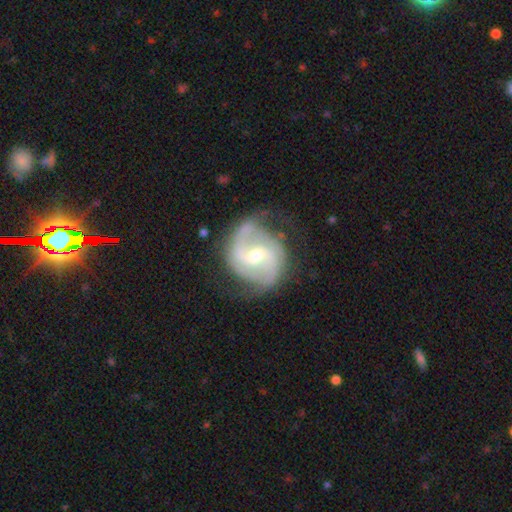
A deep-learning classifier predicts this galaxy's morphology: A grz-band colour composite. It shows a featured or disk galaxy (87%) with a weak bar (55%), 2 (85%) medium (52%) spiral arms (96%) and a moderate central bulge (55%). Merging: none (66%).